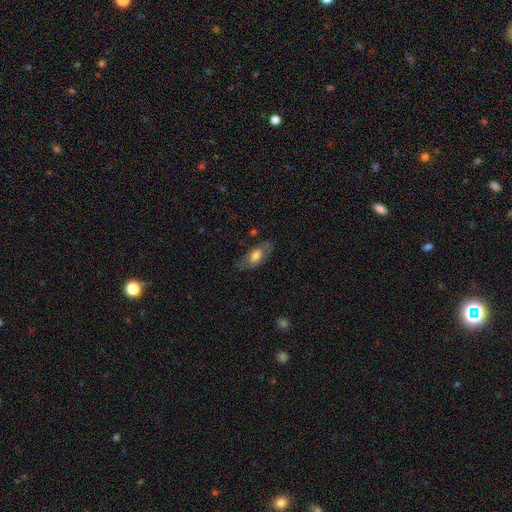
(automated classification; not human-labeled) Q: Smooth or featured?
A: smooth (61%); runner-up: featured or disk (32%)
Q: How rounded?
A: in between (85%); runner-up: cigar-shaped (12%)
Q: Merging?
A: none (70%); runner-up: minor disturbance (21%)